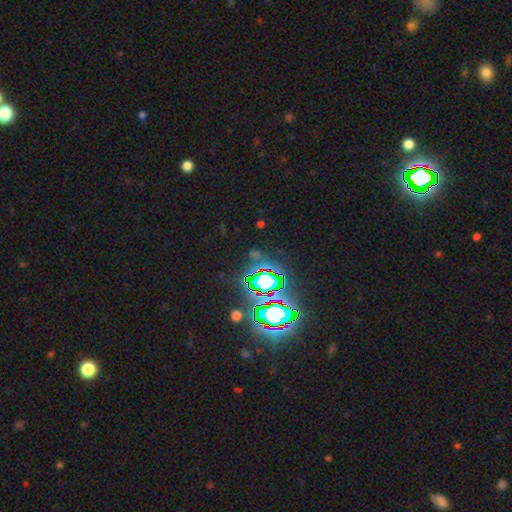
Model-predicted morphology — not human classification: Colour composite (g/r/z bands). It shows a star or artifact, not a galaxy (77%).